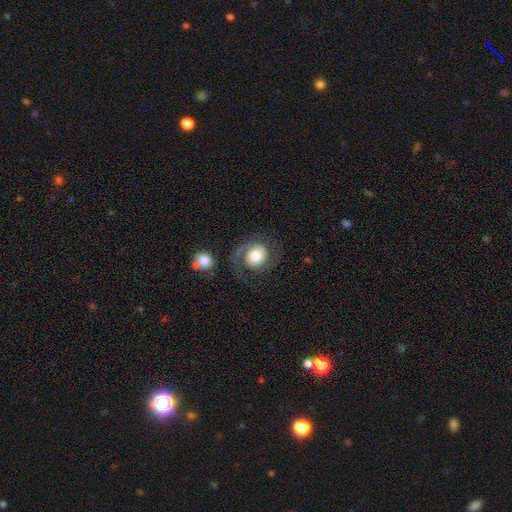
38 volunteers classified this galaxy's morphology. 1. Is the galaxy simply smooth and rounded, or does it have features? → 68% featured or disk, 26% smooth, 5% star or artifact.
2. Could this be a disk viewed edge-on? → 100% no, 0% yes.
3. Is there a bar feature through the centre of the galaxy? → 77% no, 19% weak, 4% strong.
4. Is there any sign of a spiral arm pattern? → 88% yes, 12% no.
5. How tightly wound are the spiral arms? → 52% medium, 39% tight, 9% loose.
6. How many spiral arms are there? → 52% 1, 35% 2, 9% 3, 4% can't tell, 0% 4, 0% more than 4.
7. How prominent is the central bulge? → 46% large, 42% moderate, 8% small, 4% dominant, 0% none.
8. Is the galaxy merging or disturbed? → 67% none, 19% major disturbance, 8% minor disturbance, 6% merger.